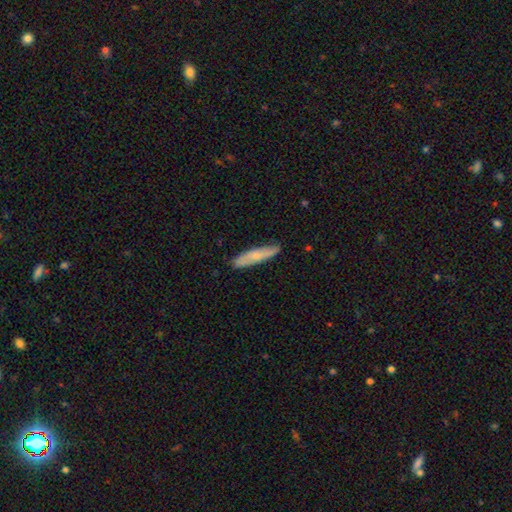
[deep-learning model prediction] This is likely a smooth galaxy (62%). How rounded: clearly cigar-shaped (84%). Merging: clearly none (84%).